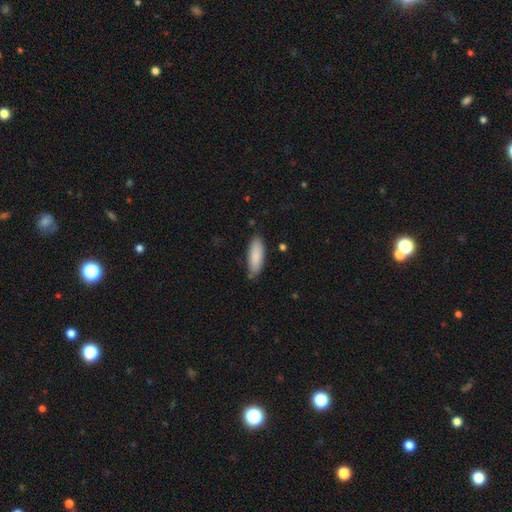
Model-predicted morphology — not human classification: This is clearly a smooth galaxy (87%). How rounded: likely in between (67%). Merging: likely none (78%).